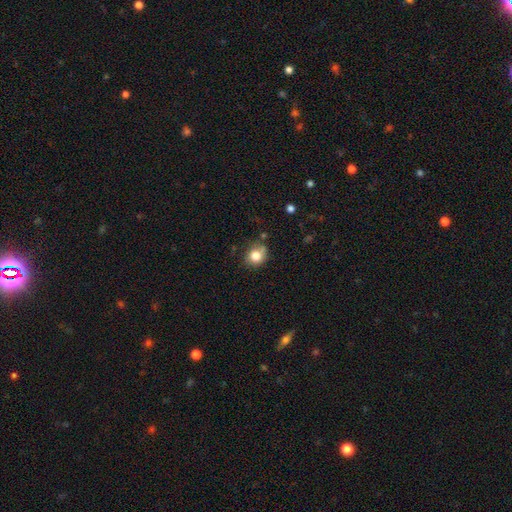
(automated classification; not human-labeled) A smooth galaxy with no disk features (80%) that is round (75%). Merging: none (65%).